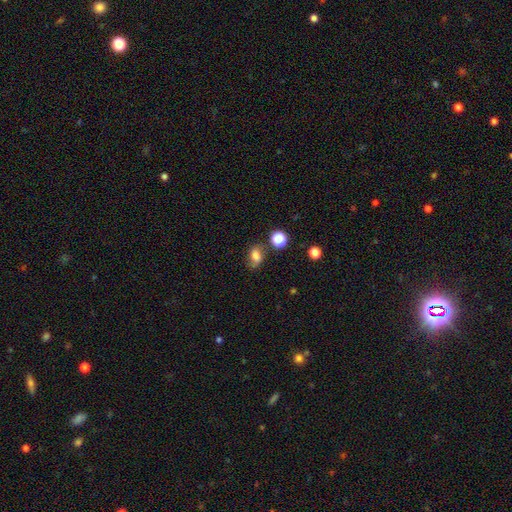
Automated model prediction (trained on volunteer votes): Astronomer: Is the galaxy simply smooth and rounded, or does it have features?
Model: smooth — 69%.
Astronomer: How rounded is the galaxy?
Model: in between — 69%.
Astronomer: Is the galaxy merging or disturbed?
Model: none — 61%.